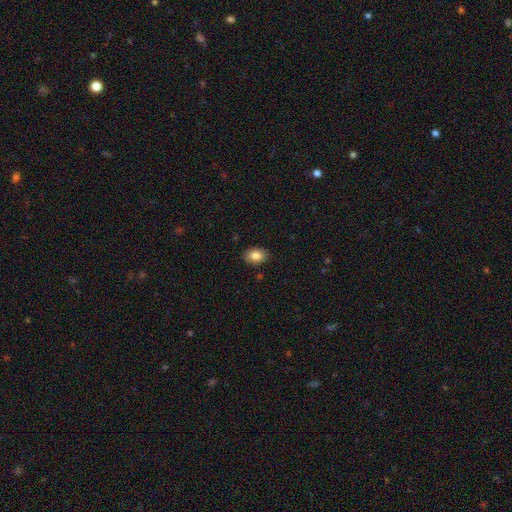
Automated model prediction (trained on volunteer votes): smooth_or_featured: smooth (p=0.84) [alt: star or artifact p=0.08]
how_rounded: in between (p=0.79) [alt: round p=0.20]
merging: none (p=0.88) [alt: minor disturbance p=0.09]